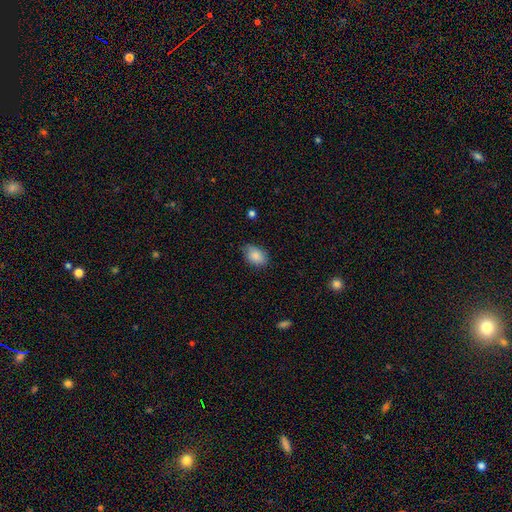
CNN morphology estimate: smooth 85%, star or artifact 7%, featured or disk 7%. Down the decision tree: how rounded — in between (83%); merging — none (74%).